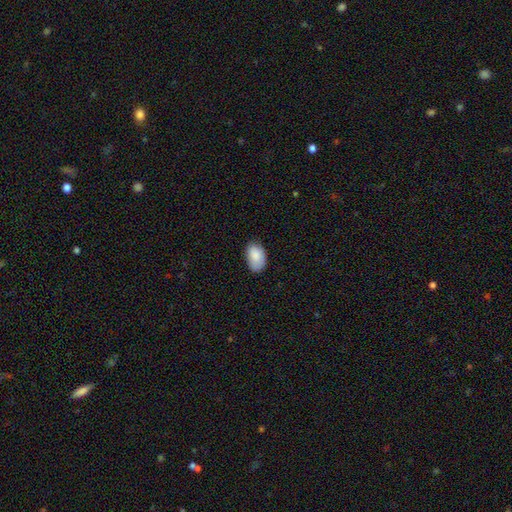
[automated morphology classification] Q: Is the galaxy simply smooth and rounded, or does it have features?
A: smooth — 87%.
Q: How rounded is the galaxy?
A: in between — 92%.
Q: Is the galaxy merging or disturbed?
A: none — 67%.